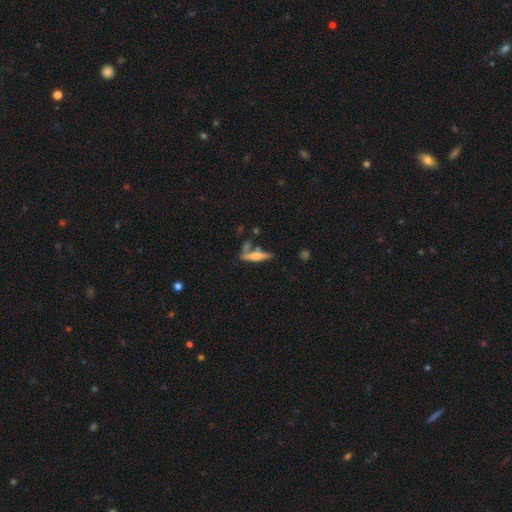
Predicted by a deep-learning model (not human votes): smooth_or_featured: smooth (p=0.47) [alt: featured or disk p=0.45]
merging: none (p=0.60) [alt: merger p=0.19]